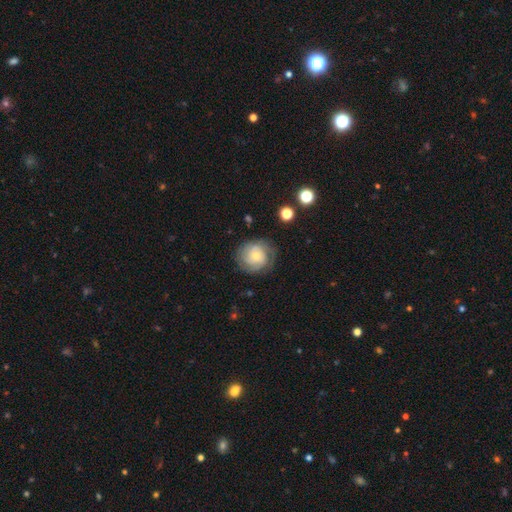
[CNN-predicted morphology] Smooth or featured? Predicted: featured or disk (p=0.61). Edge-on disk? Predicted: no (p=0.98). Bar? Predicted: no (p=0.76). Spiral arms? Predicted: yes (p=0.88). Spiral winding? Predicted: tight (p=0.63). Spiral arm count? Predicted: can't tell (p=0.38). Bulge size? Predicted: small (p=0.62). Merging? Predicted: none (p=0.73).